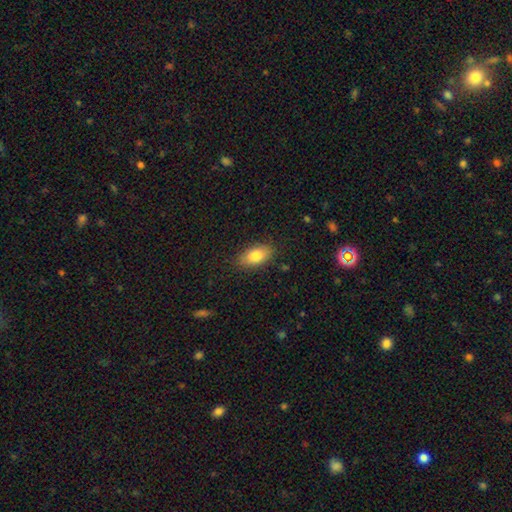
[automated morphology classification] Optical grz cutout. It shows a smooth galaxy with no disk features (83%) that is in between round and cigar-shaped (91%). Merging: none (85%).